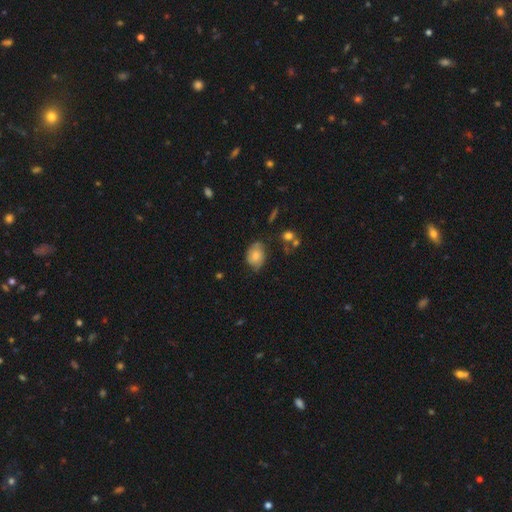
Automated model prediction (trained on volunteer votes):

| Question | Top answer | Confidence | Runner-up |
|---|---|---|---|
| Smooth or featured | smooth | 60% | featured or disk (31%) |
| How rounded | in between | 63% | round (36%) |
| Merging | none | 57% | minor disturbance (31%) |